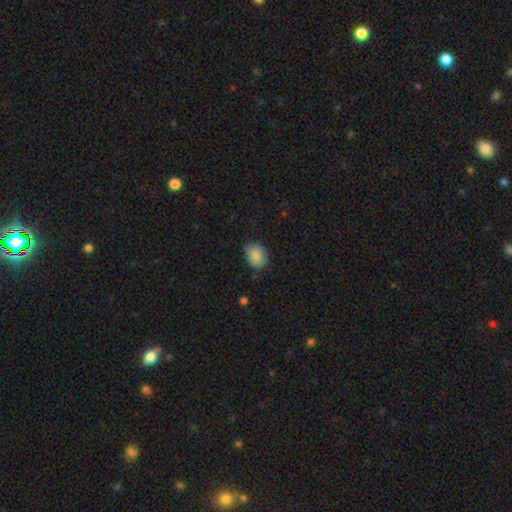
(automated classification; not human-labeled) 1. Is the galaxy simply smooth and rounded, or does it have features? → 87% smooth, 8% star or artifact, 5% featured or disk.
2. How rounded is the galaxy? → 68% in between, 31% round, 1% cigar-shaped.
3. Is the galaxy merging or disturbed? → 77% none, 18% minor disturbance, 3% major disturbance, 1% merger.